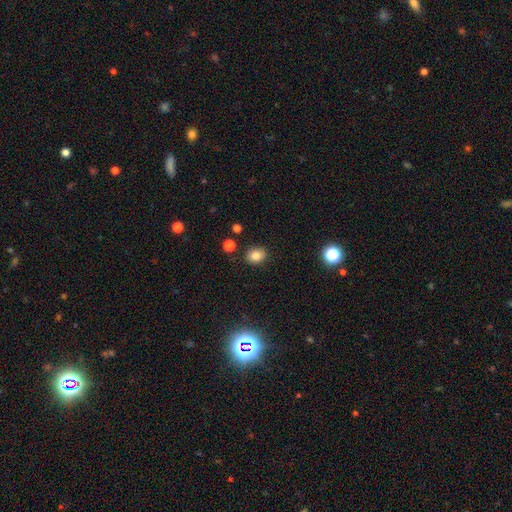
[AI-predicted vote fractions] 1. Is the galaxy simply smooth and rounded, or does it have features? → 83% smooth, 12% star or artifact, 6% featured or disk.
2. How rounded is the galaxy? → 55% in between, 44% round, 1% cigar-shaped.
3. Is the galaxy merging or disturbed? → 85% none, 10% minor disturbance, 3% major disturbance, 3% merger.